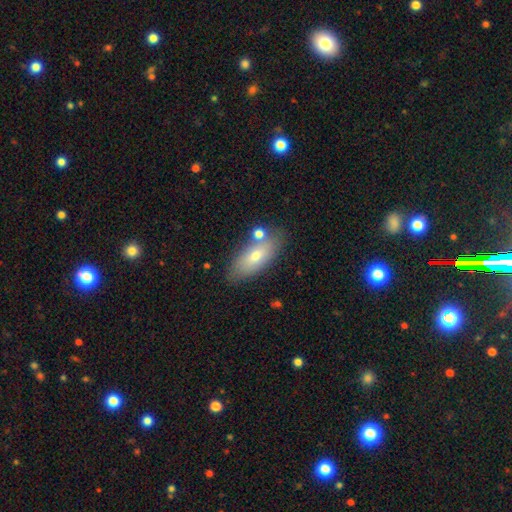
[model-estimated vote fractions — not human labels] This is likely a smooth galaxy (68%). How rounded: likely in between (80%). Merging: likely none (74%).